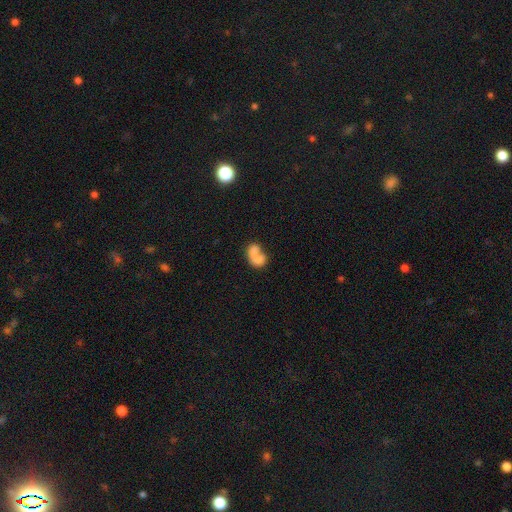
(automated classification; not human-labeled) smooth 69%, featured or disk 22%, star or artifact 9%. Down the decision tree: how rounded — in between (70%); merging — merger (69%).